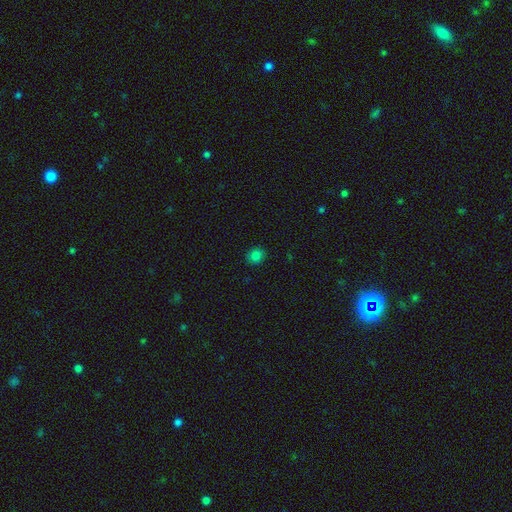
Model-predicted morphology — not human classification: Smooth or featured? smooth (81%)
How rounded? round (80%)
Merging? none (90%)